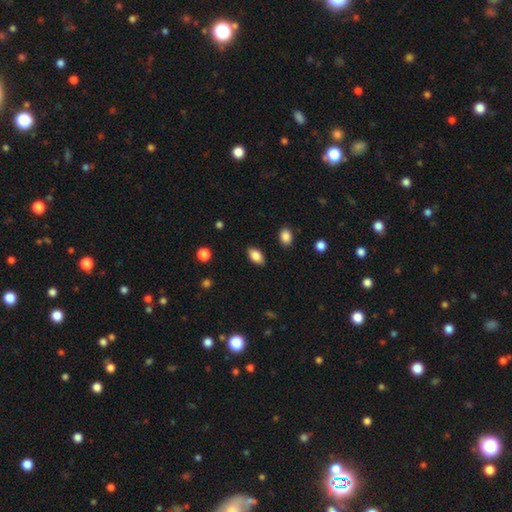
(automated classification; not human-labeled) This appears to be a smooth galaxy with no disk features (84%) that is in between round and cigar-shaped (90%). Merging: none (86%).